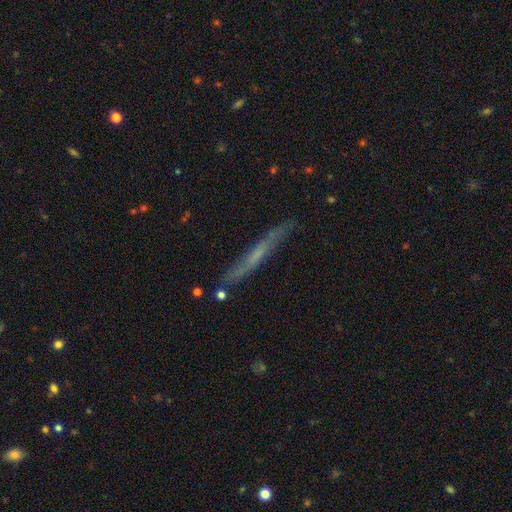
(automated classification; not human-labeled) featured or disk 55%, smooth 37%, star or artifact 8%. Down the decision tree: edge-on disk — yes (83%); merging — none (76%).